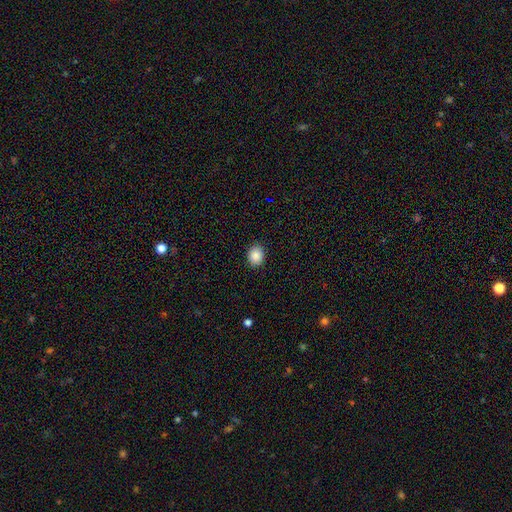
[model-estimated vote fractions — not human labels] smooth 88%, star or artifact 8%, featured or disk 4%. Down the decision tree: how rounded — round (51%); merging — none (90%).